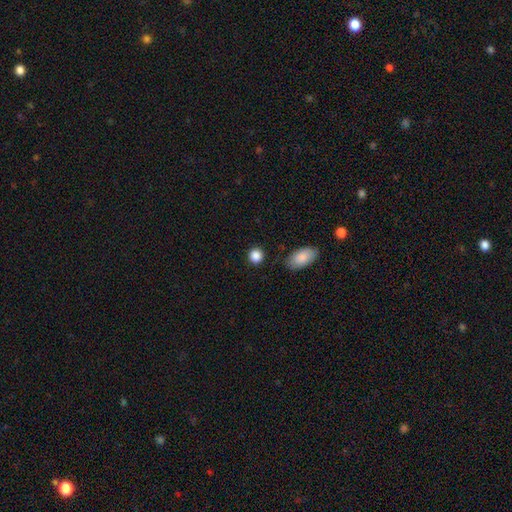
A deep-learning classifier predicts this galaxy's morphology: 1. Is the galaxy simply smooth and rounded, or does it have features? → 87% smooth, 9% star or artifact, 4% featured or disk.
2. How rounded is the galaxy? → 86% round, 13% in between, 1% cigar-shaped.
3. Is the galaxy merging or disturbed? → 86% none, 9% minor disturbance, 3% merger, 3% major disturbance.